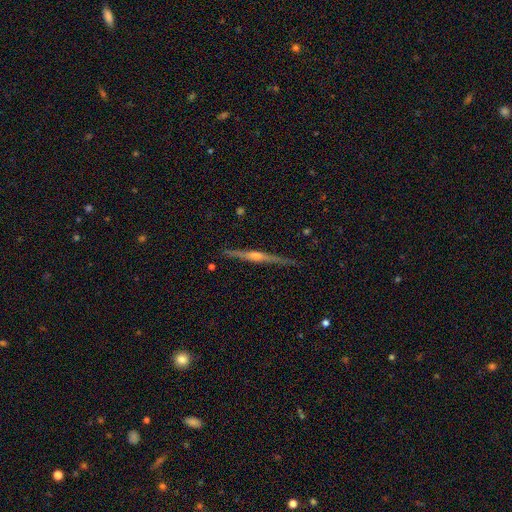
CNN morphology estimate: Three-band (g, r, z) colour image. It shows a featured or disk galaxy (82%) viewed edge-on (98%) with a rounded central bulge (81%). Merging: none (89%).